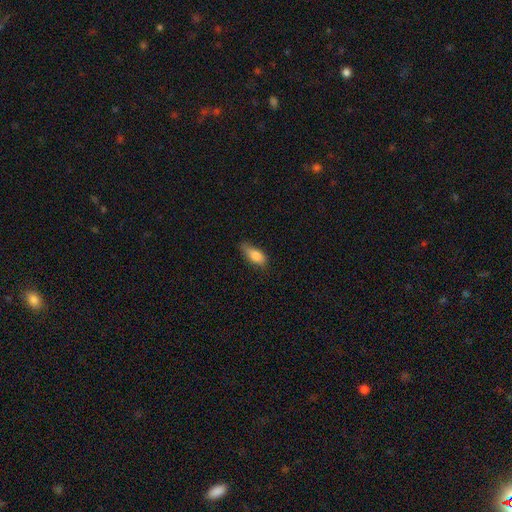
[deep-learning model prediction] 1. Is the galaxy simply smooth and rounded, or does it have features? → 83% smooth, 10% featured or disk, 7% star or artifact.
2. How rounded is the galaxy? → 80% in between, 17% cigar-shaped, 3% round.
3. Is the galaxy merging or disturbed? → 62% none, 30% minor disturbance, 6% major disturbance, 1% merger.